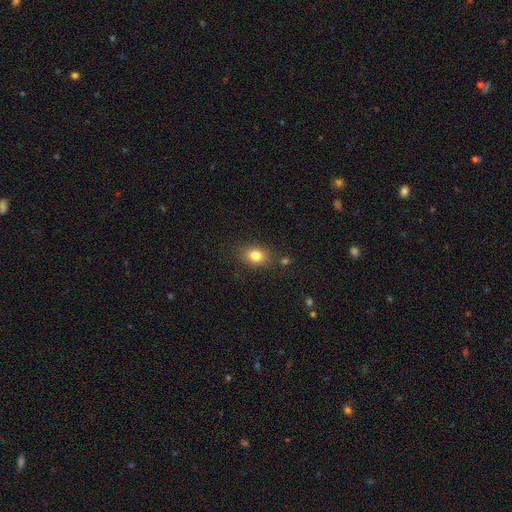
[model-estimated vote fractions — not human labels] Smooth or featured? smooth (81%)
How rounded? in between (61%)
Merging? none (79%)